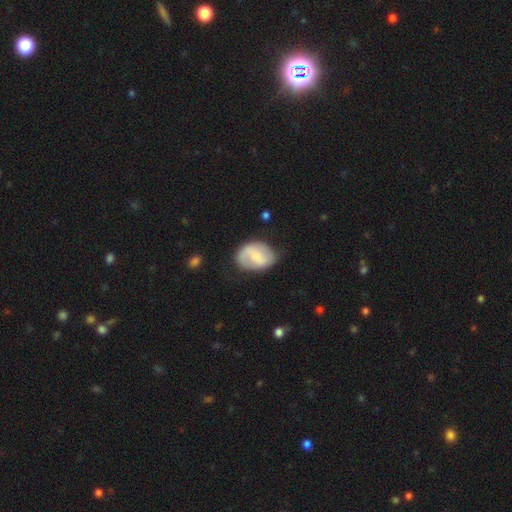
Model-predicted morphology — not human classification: Smooth or featured? Predicted: smooth (p=0.54). How rounded? Predicted: in between (p=0.72). Merging? Predicted: none (p=0.61).